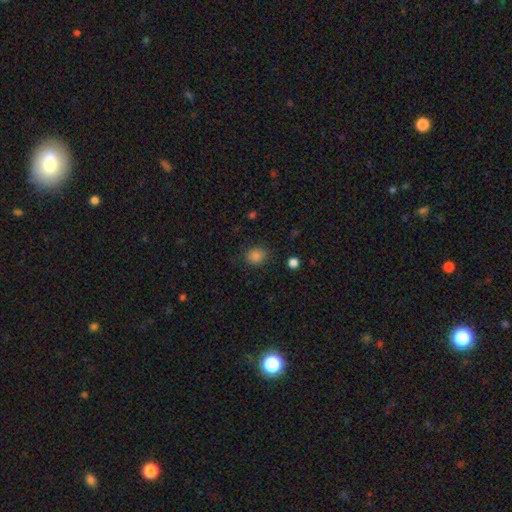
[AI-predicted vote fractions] Overall: smooth (83%). How rounded: round (72%). Merging: none (85%).